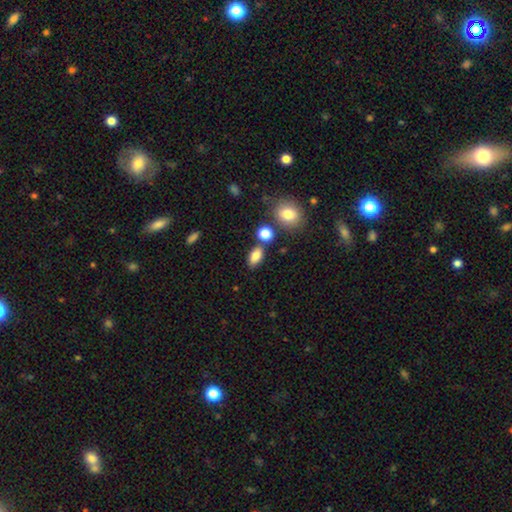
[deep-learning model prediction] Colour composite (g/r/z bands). It shows a smooth galaxy with no disk features (84%) that is in between round and cigar-shaped (86%). Merging: none (72%).